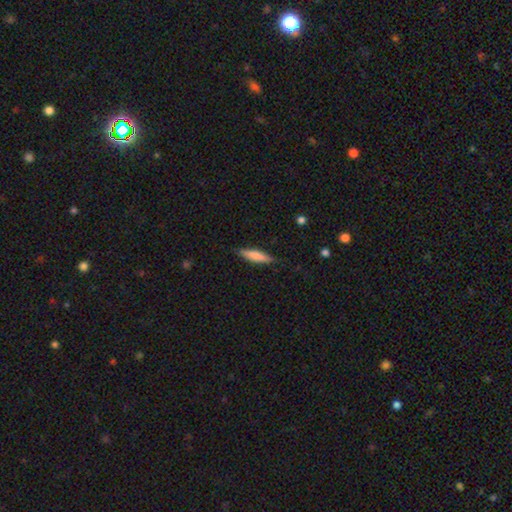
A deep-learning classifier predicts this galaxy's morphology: Smooth or featured? smooth (73%)
How rounded? cigar-shaped (81%)
Merging? none (86%)